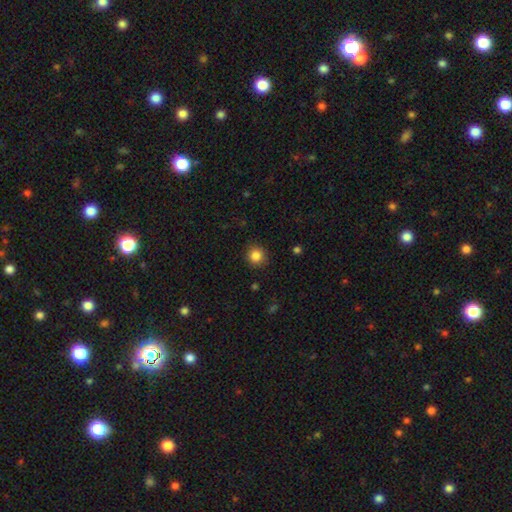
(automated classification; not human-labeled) smooth-or-featured: smooth: 85% | star or artifact: 11% | featured or disk: 4%
  how-rounded: round: 91% | in between: 8% | cigar-shaped: 1%
  merging: none: 89% | minor disturbance: 7% | major disturbance: 2% | merger: 1%